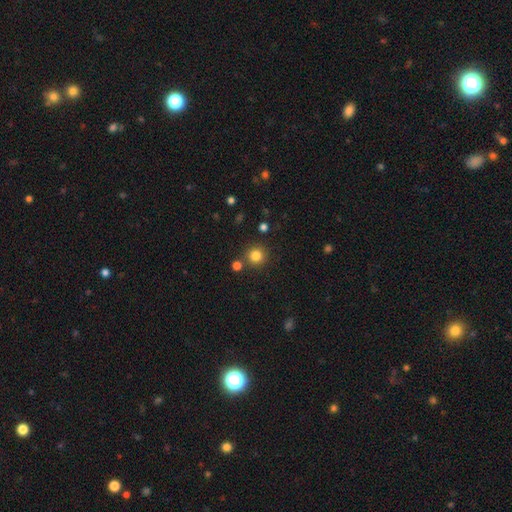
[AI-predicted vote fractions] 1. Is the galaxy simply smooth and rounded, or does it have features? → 82% smooth, 12% star or artifact, 5% featured or disk.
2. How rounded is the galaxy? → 94% round, 5% in between, 1% cigar-shaped.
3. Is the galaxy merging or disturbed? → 83% none, 7% merger, 7% minor disturbance, 3% major disturbance.